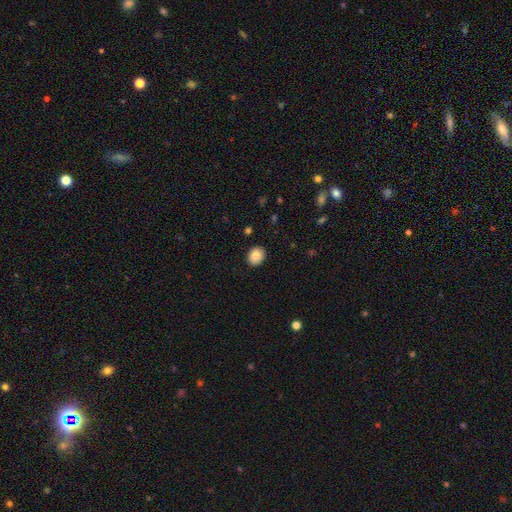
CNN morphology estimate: Q: Smooth or featured?
A: smooth (88%); runner-up: star or artifact (8%)
Q: How rounded?
A: round (63%); runner-up: in between (36%)
Q: Merging?
A: none (88%); runner-up: minor disturbance (9%)